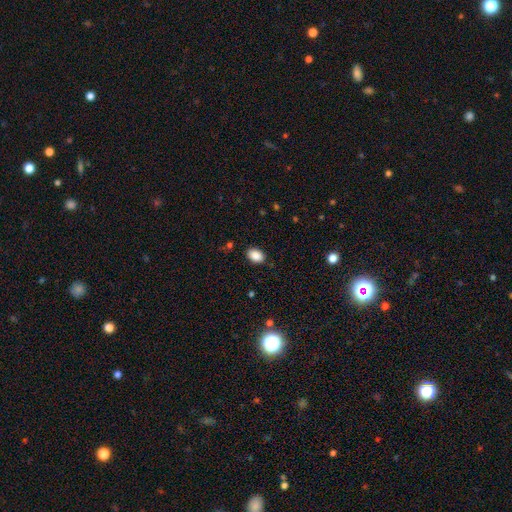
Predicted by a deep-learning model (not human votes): Morphology: type=smooth (87%); roundness=in between (82%); merging=none (87%).